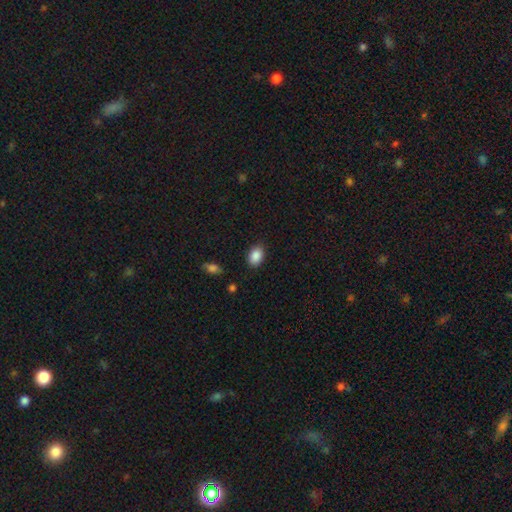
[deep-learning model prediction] Morphology: type=smooth (88%); roundness=in between (81%); merging=none (84%).